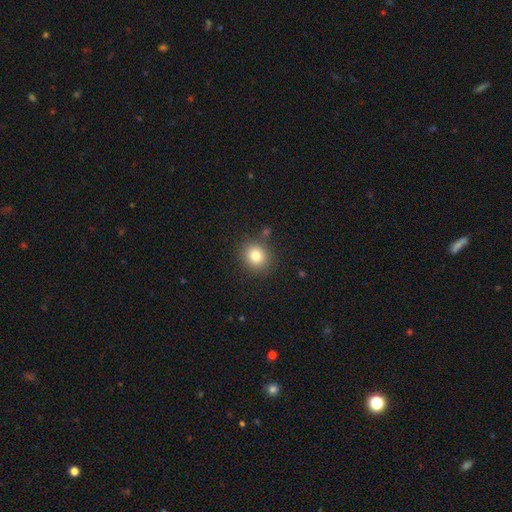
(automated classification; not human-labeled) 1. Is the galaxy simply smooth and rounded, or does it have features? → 81% smooth, 11% star or artifact, 7% featured or disk.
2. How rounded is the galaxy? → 82% round, 17% in between, 1% cigar-shaped.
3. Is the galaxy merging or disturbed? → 83% none, 9% minor disturbance, 4% merger, 3% major disturbance.